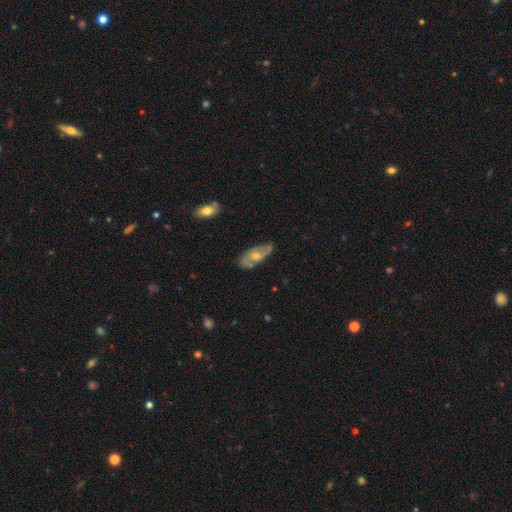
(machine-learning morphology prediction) Q: Smooth or featured?
A: featured or disk (73%); runner-up: smooth (20%)
Q: Edge-on disk?
A: no (89%); runner-up: yes (11%)
Q: Bar?
A: no (57%); runner-up: weak (35%)
Q: Spiral arms?
A: yes (84%); runner-up: no (16%)
Q: Spiral winding?
A: medium (46%); runner-up: loose (27%)
Q: Spiral arm count?
A: 2 (76%); runner-up: can't tell (15%)
Q: Bulge size?
A: moderate (64%); runner-up: small (27%)
Q: Merging?
A: none (76%); runner-up: minor disturbance (18%)